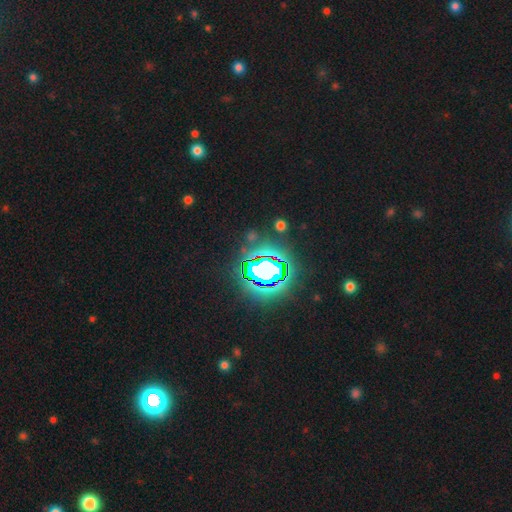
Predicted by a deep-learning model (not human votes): This is clearly a star or artifact rather than a galaxy (81%).